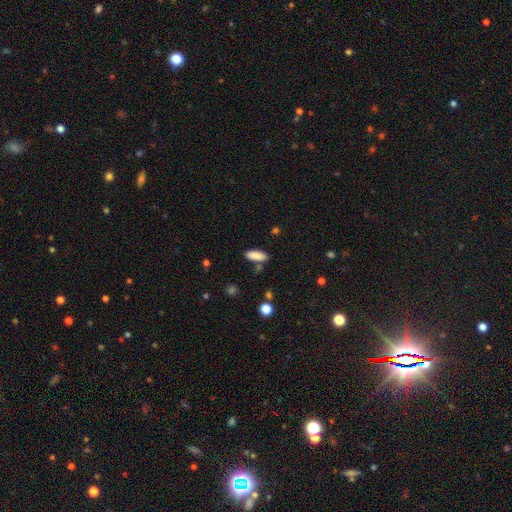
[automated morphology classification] Overall: smooth (88%). How rounded: in between (69%). Merging: none (80%).